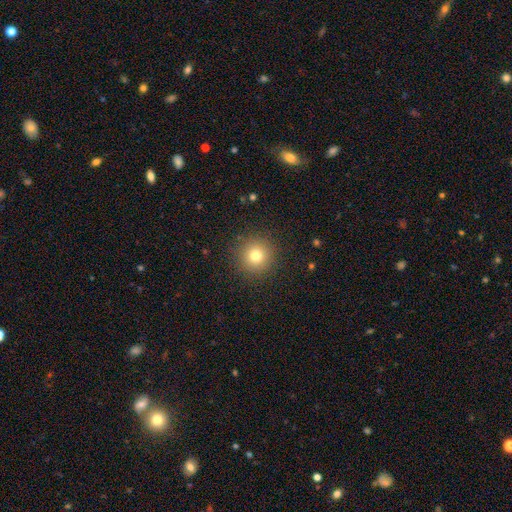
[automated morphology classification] Overall: smooth (77%). How rounded: round (95%). Merging: none (91%).